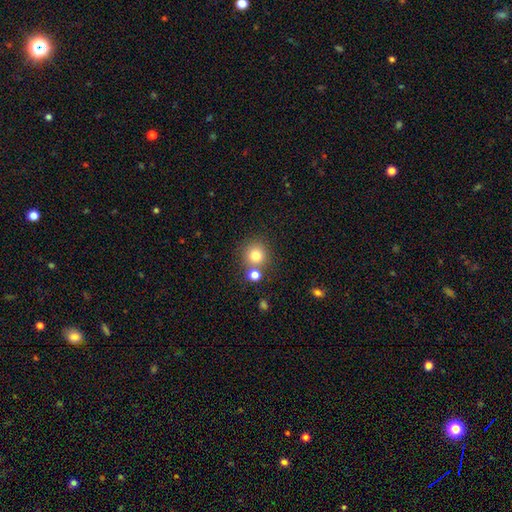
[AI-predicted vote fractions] This appears to be a smooth galaxy with no disk features (79%) that is round (91%). Merging: none (70%).